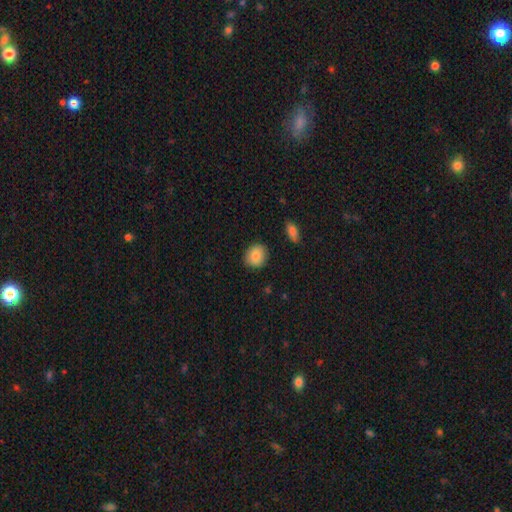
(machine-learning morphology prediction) Smooth or featured? smooth (86%)
How rounded? round (73%)
Merging? none (86%)